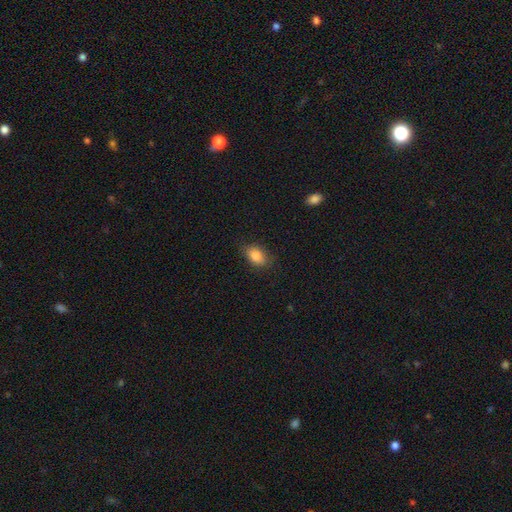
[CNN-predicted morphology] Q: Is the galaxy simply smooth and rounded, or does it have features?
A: smooth — 86%.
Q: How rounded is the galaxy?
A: in between — 84%.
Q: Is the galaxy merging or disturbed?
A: none — 79%.